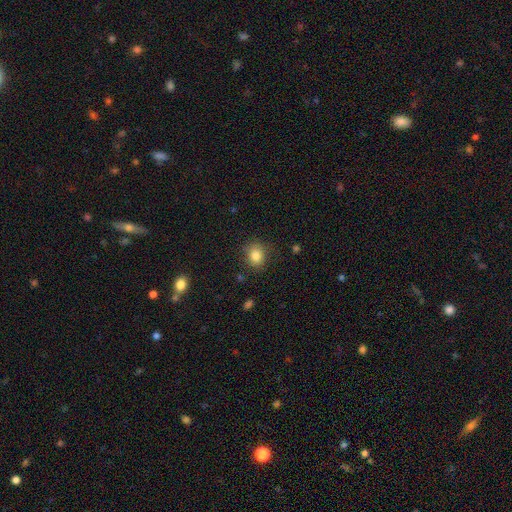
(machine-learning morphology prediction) A smooth galaxy with no disk features (84%) that is round (69%).

Vote fractions:
- Smooth or featured? smooth: 84% / star or artifact: 10% / featured or disk: 6%
- How rounded? round: 69% / in between: 31% / cigar-shaped: 1%
- Merging? none: 81% / minor disturbance: 13% / major disturbance: 4% / merger: 2%